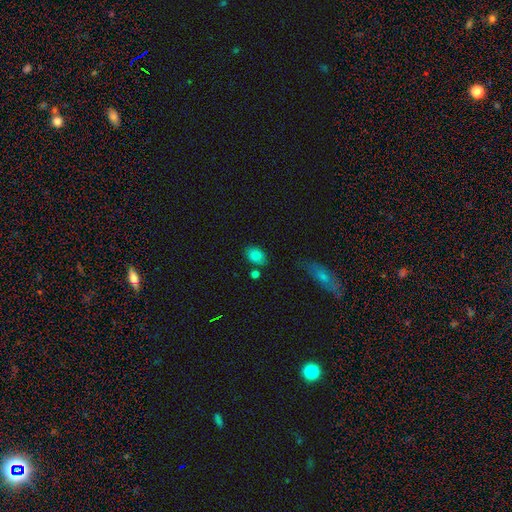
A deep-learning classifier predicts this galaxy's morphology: smooth 84%, star or artifact 10%, featured or disk 6%. Down the decision tree: how rounded — in between (79%); merging — none (73%).